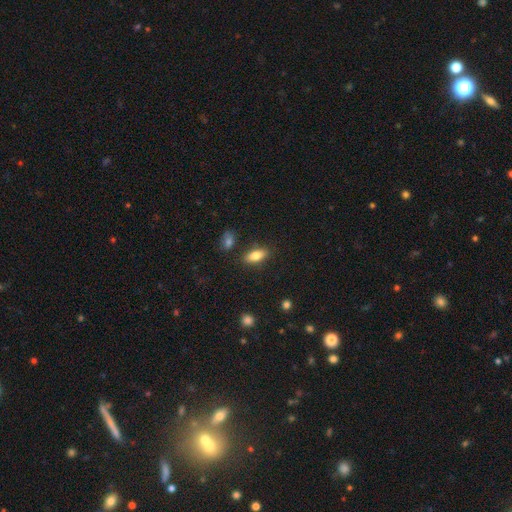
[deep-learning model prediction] The model was most divided on "smooth or featured": smooth: 80%, featured or disk: 12%, star or artifact: 8%. More confident: how rounded — in between (84%); merging — none (83%).